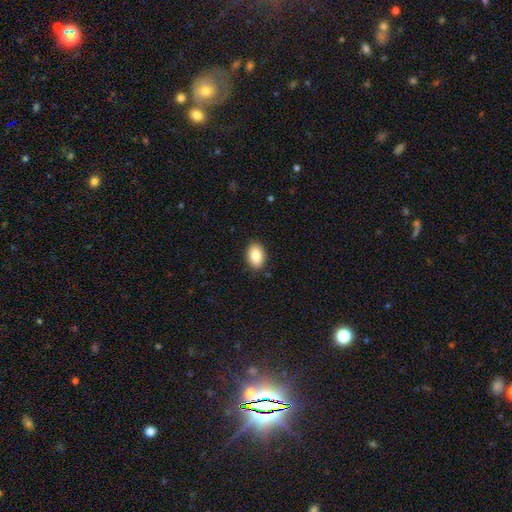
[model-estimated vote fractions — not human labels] smooth 85%, star or artifact 7%, featured or disk 7%. Down the decision tree: how rounded — in between (85%); merging — none (88%).